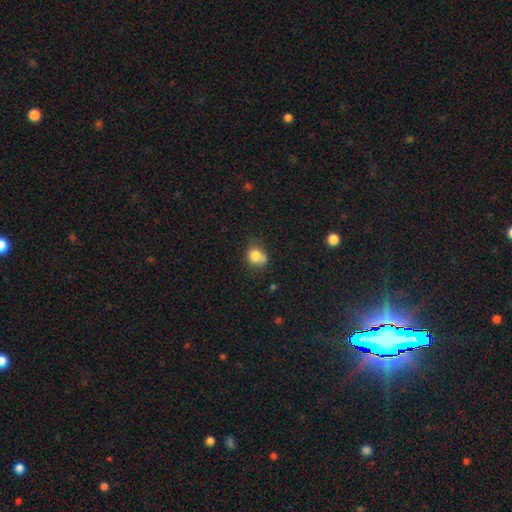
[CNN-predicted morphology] Overall: smooth (78%). How rounded: round (64%; in between 35%). Merging: none (44%; minor disturbance 27%).